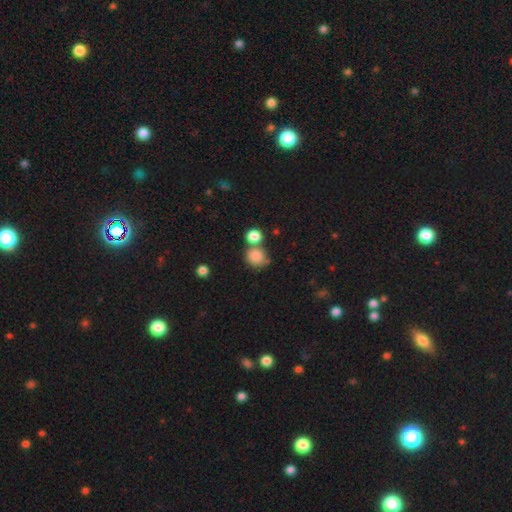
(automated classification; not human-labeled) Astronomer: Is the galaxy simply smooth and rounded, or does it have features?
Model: smooth — 84%.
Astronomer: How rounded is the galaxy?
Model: round — 80%.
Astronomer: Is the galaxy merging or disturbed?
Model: none — 52% (runner-up: merger, 32%).